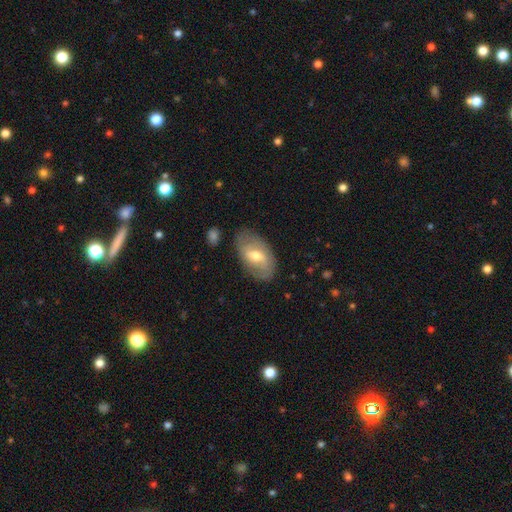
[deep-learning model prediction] Morphology: type=featured or disk (56%); edge-on=no (92%); bar=weak (52%); spiral arms=yes (64%); bulge=moderate (69%); merging=none (78%).